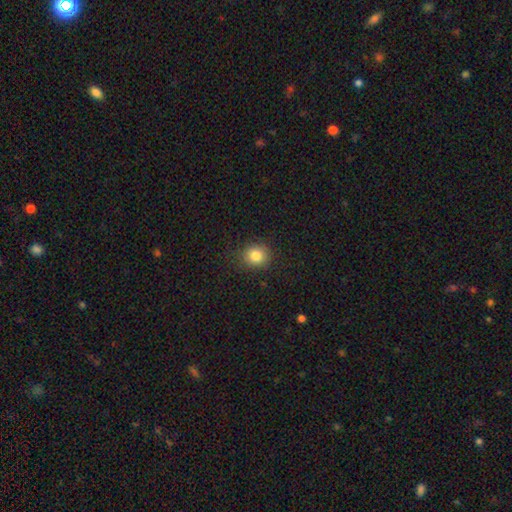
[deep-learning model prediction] Smooth or featured? Predicted: smooth (p=0.83). How rounded? Predicted: round (p=0.82). Merging? Predicted: none (p=0.86).